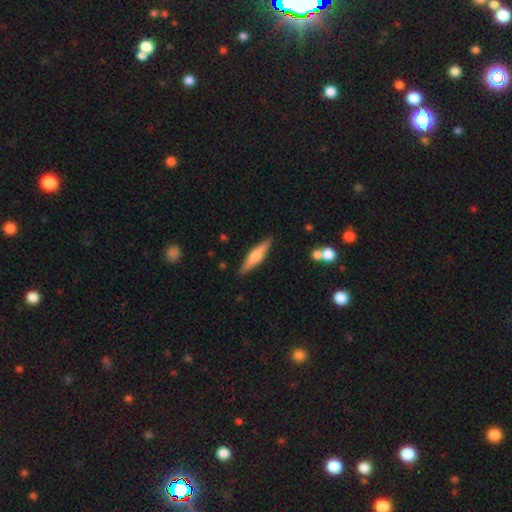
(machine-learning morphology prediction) Smooth or featured: featured or disk — 55% (smooth — 39%)
Edge-on disk: yes — 96% (no — 4%)
Edge-on bulge: rounded — 86% (boxy — 9%)
Merging: none — 89% (minor disturbance — 8%)